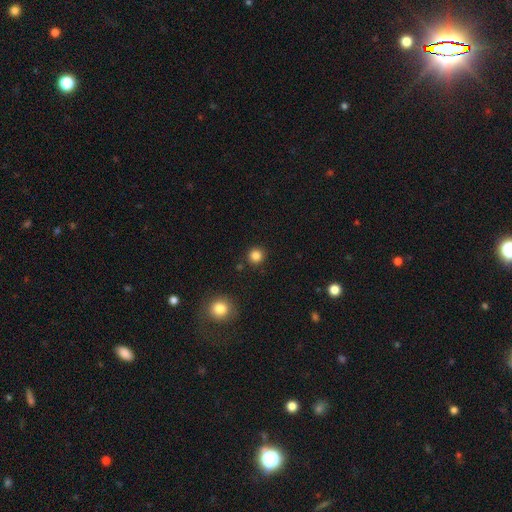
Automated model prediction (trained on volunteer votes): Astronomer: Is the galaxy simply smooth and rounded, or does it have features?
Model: smooth — 84%.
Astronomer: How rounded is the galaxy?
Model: round — 94%.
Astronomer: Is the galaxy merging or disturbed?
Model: none — 90%.